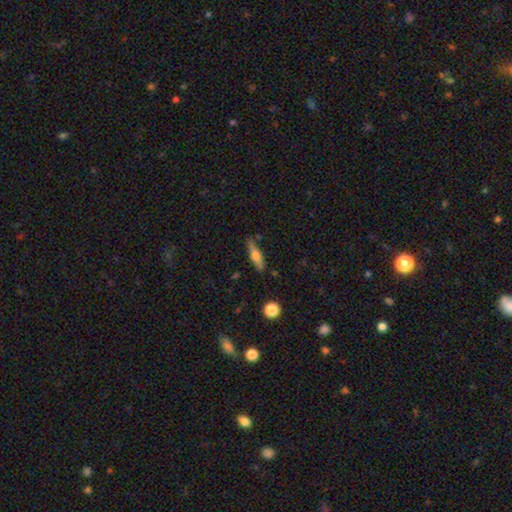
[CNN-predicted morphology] This appears to be a smooth galaxy with no disk features (57%) that is cigar-shaped (68%). Merging: none (78%).